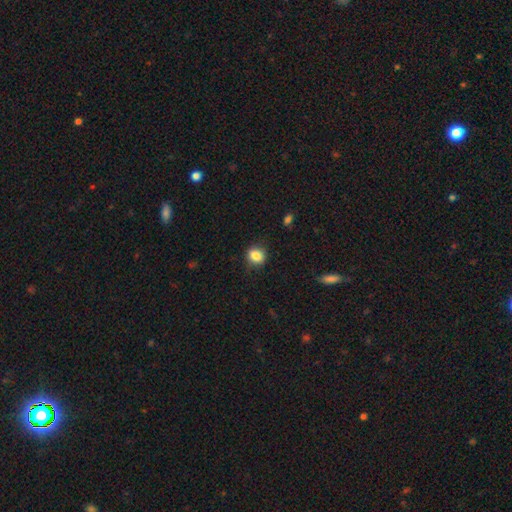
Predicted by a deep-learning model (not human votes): Q: Smooth or featured?
A: smooth (84%); runner-up: star or artifact (9%)
Q: How rounded?
A: round (62%); runner-up: in between (37%)
Q: Merging?
A: none (80%); runner-up: minor disturbance (15%)